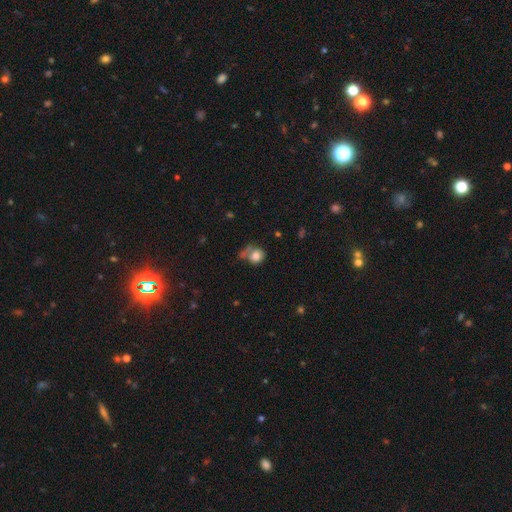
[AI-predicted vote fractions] This is likely a smooth galaxy (77%). How rounded: likely round (70%). Merging: marginally none (39%).